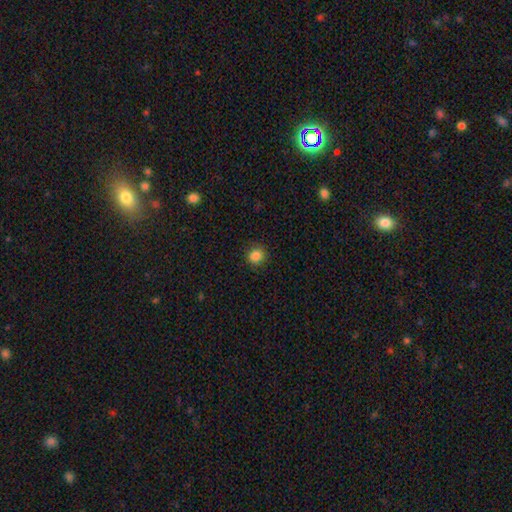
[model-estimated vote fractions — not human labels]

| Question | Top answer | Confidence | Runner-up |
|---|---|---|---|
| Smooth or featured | smooth | 85% | star or artifact (11%) |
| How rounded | round | 85% | in between (14%) |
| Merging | none | 89% | minor disturbance (8%) |